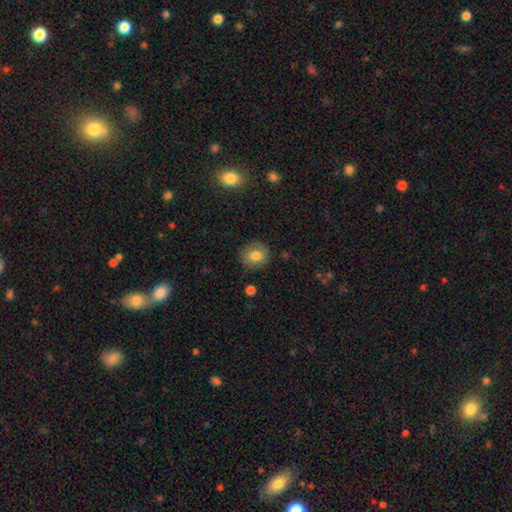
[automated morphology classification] type=smooth (79%); roundness=round (79%); merging=none (85%).